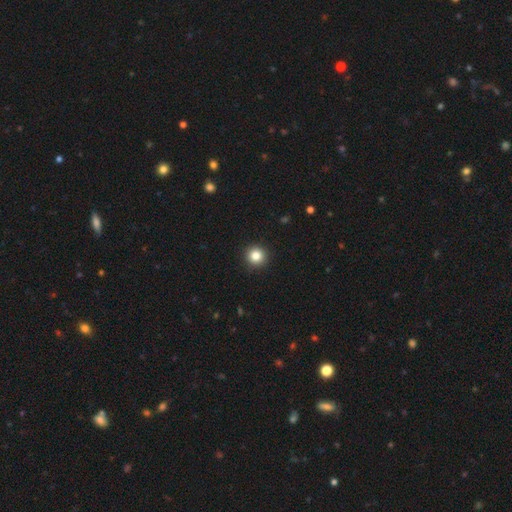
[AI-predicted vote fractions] Smooth or featured: smooth — 83% (star or artifact — 11%)
How rounded: round — 95% (in between — 4%)
Merging: none — 93% (minor disturbance — 5%)